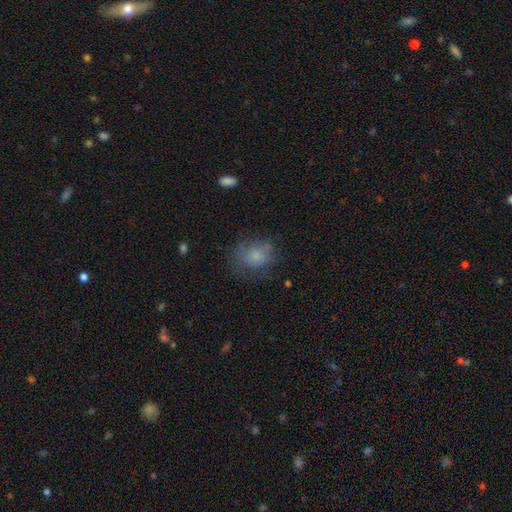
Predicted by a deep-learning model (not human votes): Morphology: type=smooth (71%); roundness=round (56%); merging=none (59%).